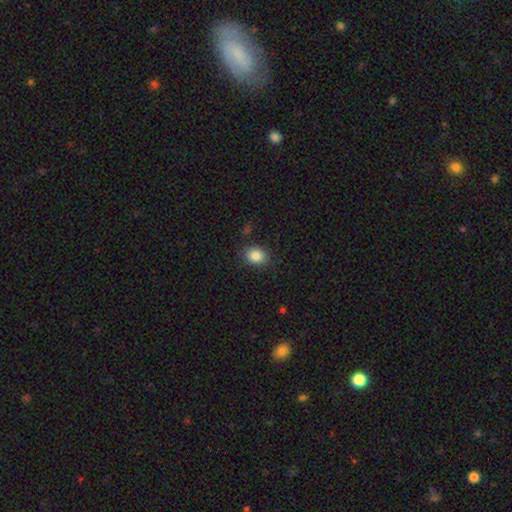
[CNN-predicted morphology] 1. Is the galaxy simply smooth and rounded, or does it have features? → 84% smooth, 10% star or artifact, 6% featured or disk.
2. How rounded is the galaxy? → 54% round, 46% in between, 1% cigar-shaped.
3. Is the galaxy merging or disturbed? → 84% none, 11% minor disturbance, 3% major disturbance, 2% merger.